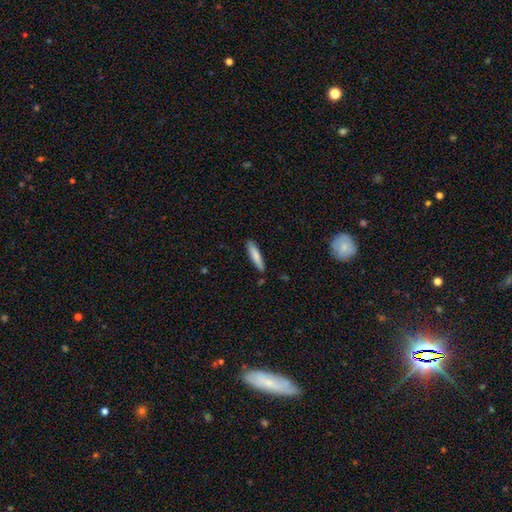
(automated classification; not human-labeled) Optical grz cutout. It shows a smooth galaxy with no disk features (78%) that is cigar-shaped (84%). Merging: none (85%).